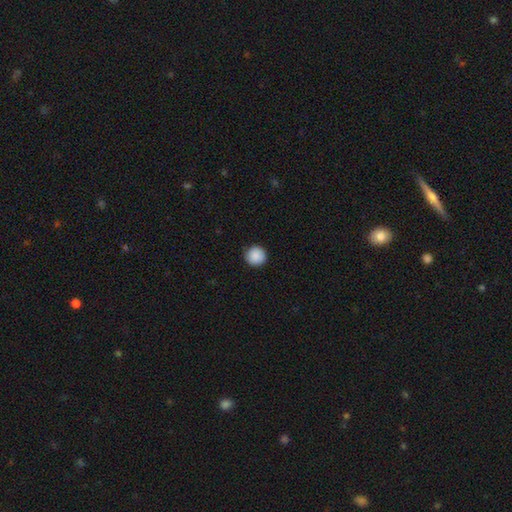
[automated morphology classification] smooth-or-featured: smooth: 89% | star or artifact: 8% | featured or disk: 3%
  how-rounded: round: 96% | in between: 3% | cigar-shaped: 1%
  merging: none: 92% | minor disturbance: 6% | major disturbance: 2% | merger: 1%